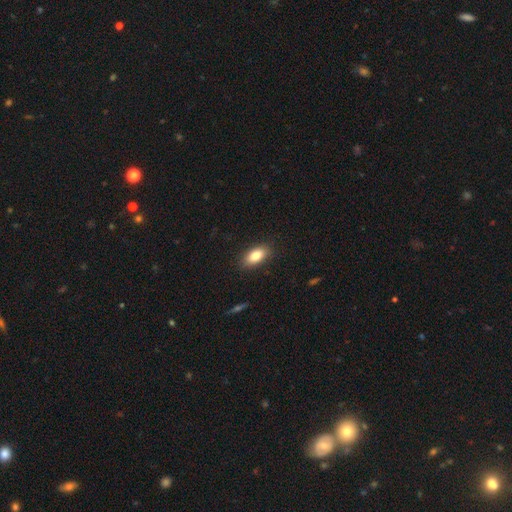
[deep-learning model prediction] The model was most divided on "smooth or featured": smooth: 83%, featured or disk: 10%, star or artifact: 7%. More confident: how rounded — in between (89%); merging — none (88%).